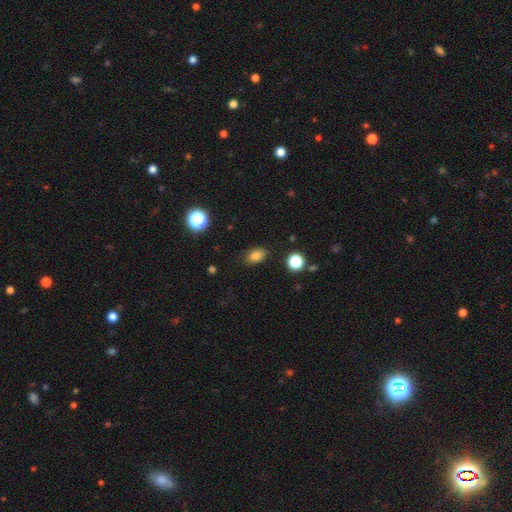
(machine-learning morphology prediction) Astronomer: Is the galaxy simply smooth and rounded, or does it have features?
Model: smooth — 81%.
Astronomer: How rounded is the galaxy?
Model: in between — 82%.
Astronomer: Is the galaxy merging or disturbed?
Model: none — 85%.